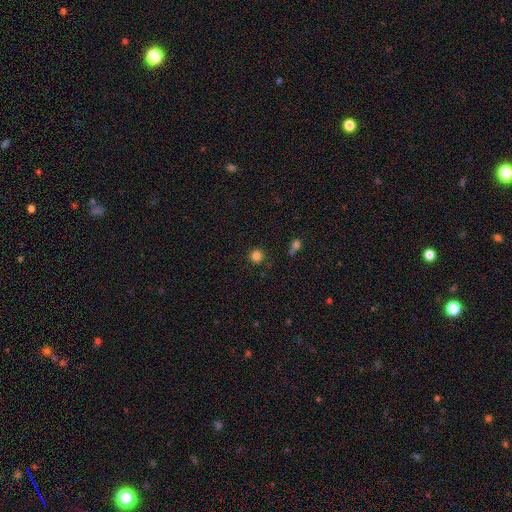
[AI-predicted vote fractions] Smooth or featured? smooth (83%)
How rounded? round (94%)
Merging? none (87%)